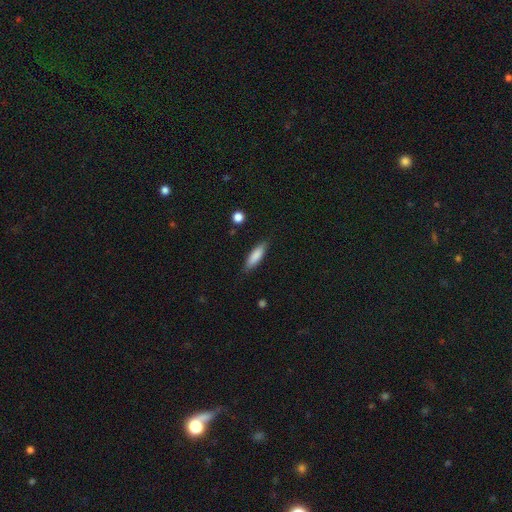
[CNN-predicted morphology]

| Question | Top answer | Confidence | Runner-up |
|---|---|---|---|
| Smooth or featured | smooth | 83% | featured or disk (11%) |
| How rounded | cigar-shaped | 61% | in between (37%) |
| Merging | none | 85% | minor disturbance (11%) |